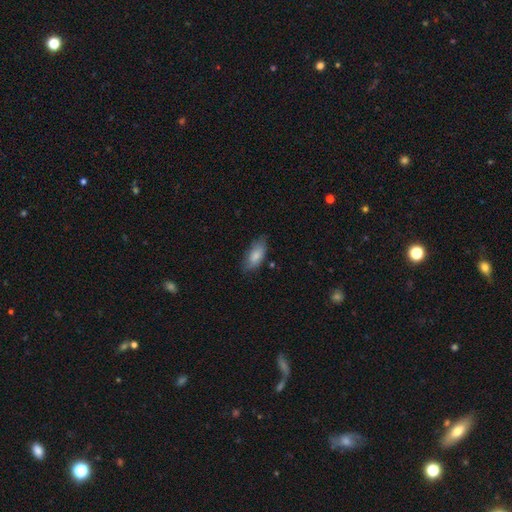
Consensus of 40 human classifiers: smooth-or-featured: smooth: 80% | featured or disk: 18% | star or artifact: 2%
  how-rounded: in between: 91% | cigar-shaped: 6% | round: 3%
  merging: none: 64% | minor disturbance: 26% | major disturbance: 10% | merger: 0%